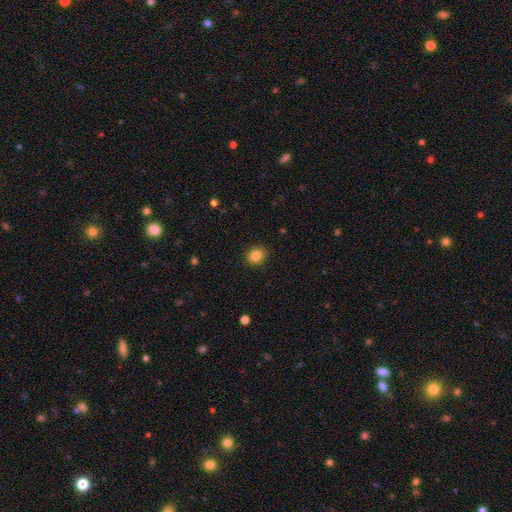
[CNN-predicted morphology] This appears to be a smooth galaxy with no disk features (85%) that is round (63%). Merging: none (89%).